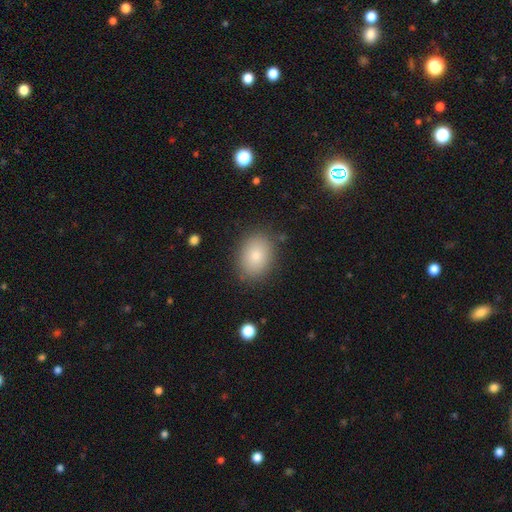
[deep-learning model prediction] smooth-or-featured: smooth: 81% | featured or disk: 10% | star or artifact: 9%
  how-rounded: in between: 67% | round: 32% | cigar-shaped: 1%
  merging: none: 84% | minor disturbance: 11% | major disturbance: 3% | merger: 1%